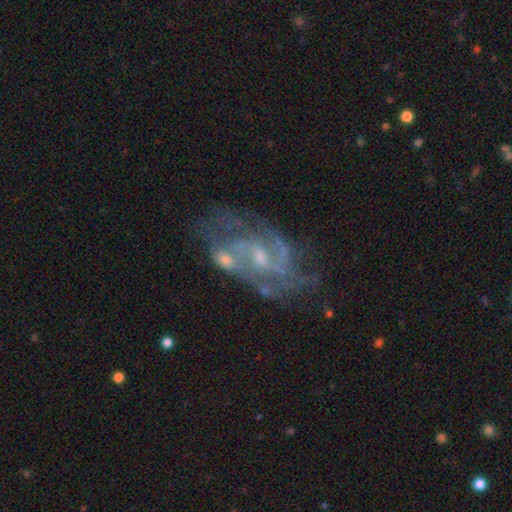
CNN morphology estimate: A featured or disk galaxy (84%) with a weak bar (48%), 2 (59%) medium (51%) spiral arms (92%) and a small central bulge (58%). Merging: none (52%).